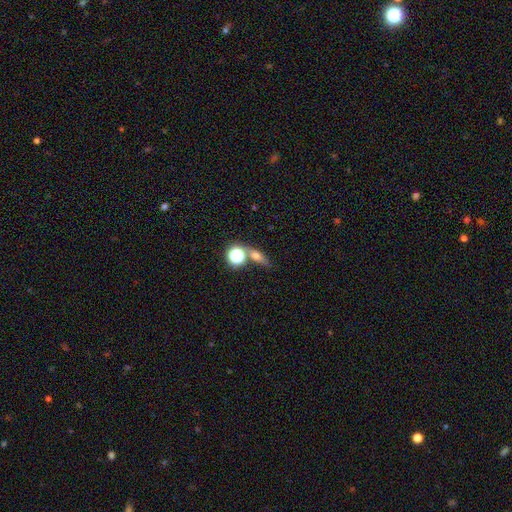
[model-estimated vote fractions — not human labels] Smooth or featured?
  - smooth: 57% *
  - star or artifact: 22%
  - featured or disk: 21%
How rounded?
  - in between: 45% *
  - round: 30%
  - cigar-shaped: 25%
Merging?
  - none: 60% *
  - merger: 21%
  - minor disturbance: 13%
  - major disturbance: 6%